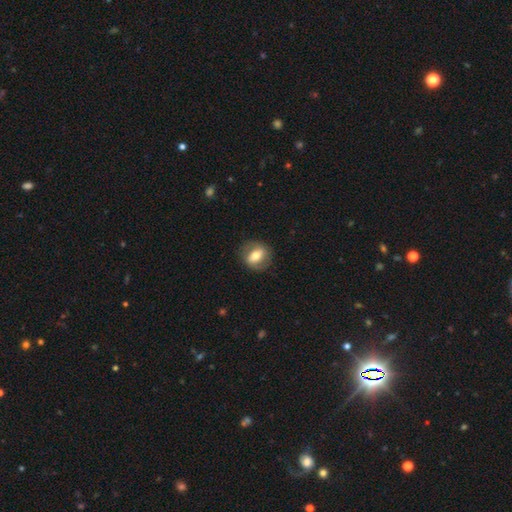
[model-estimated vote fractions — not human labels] This appears to be a smooth galaxy with no disk features (52%) that is round (54%). Merging: none (82%).